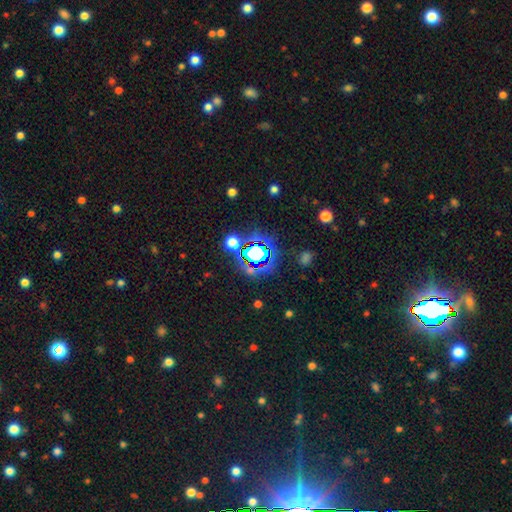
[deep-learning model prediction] A star or artifact, not a galaxy (69%).

Vote fractions:
- Smooth or featured? star or artifact: 69% / smooth: 20% / featured or disk: 11%